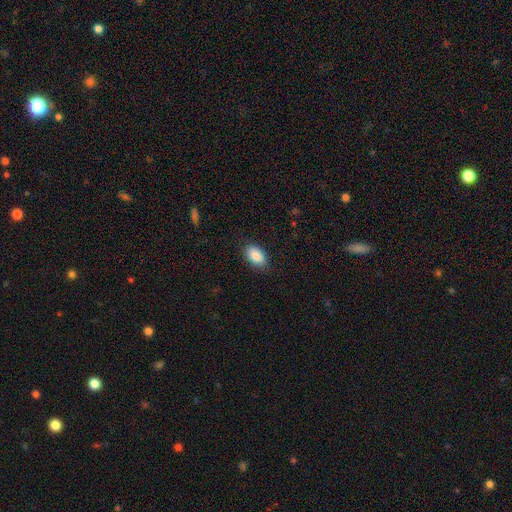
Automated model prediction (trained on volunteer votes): Smooth or featured? smooth (86%)
How rounded? in between (91%)
Merging? none (83%)